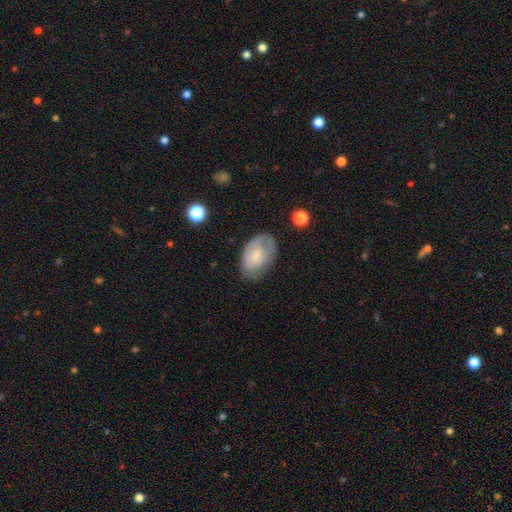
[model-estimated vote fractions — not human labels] Smooth or featured? smooth (60%)
How rounded? in between (88%)
Merging? none (56%)